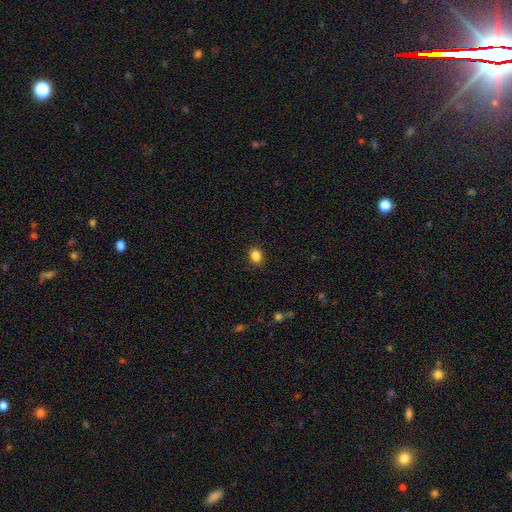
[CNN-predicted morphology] A smooth galaxy with no disk features (86%) that is round (62%).

Vote fractions:
- Smooth or featured? smooth: 86% / star or artifact: 10% / featured or disk: 4%
- How rounded? round: 62% / in between: 37% / cigar-shaped: 1%
- Merging? none: 90% / minor disturbance: 7% / major disturbance: 2% / merger: 1%